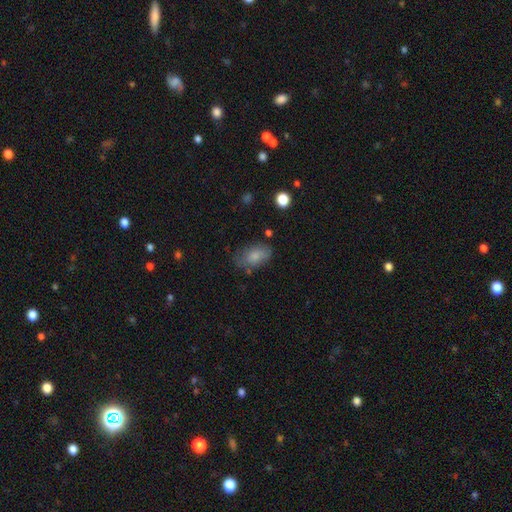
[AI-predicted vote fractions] A smooth galaxy with no disk features (80%) that is in between round and cigar-shaped (90%). Merging: none (61%).